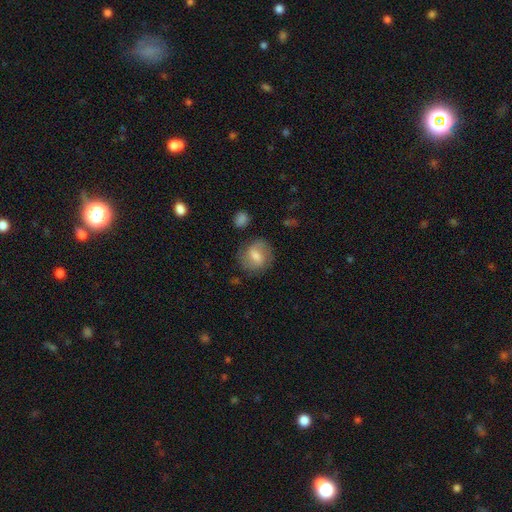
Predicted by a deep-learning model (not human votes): Smooth or featured? smooth (48%)
Merging? none (77%)